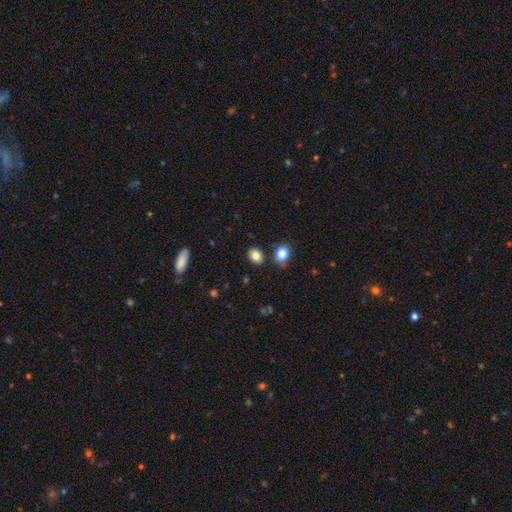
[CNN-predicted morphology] Smooth or featured?
  - smooth: 85% *
  - star or artifact: 9%
  - featured or disk: 6%
How rounded?
  - in between: 63% *
  - round: 35%
  - cigar-shaped: 1%
Merging?
  - none: 81% *
  - minor disturbance: 10%
  - merger: 6%
  - major disturbance: 2%